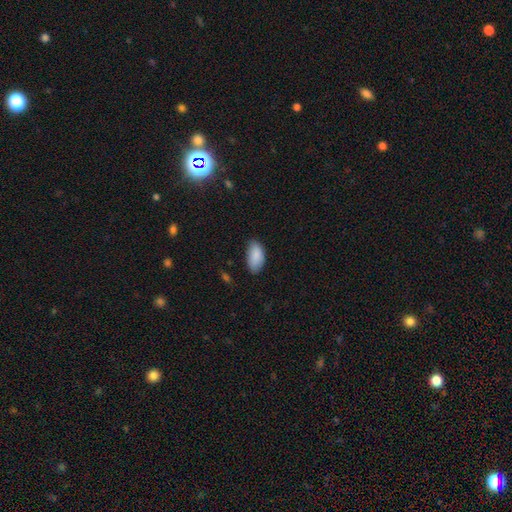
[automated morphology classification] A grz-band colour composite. It shows a smooth galaxy with no disk features (88%) that is in between round and cigar-shaped (94%). Merging: none (74%).